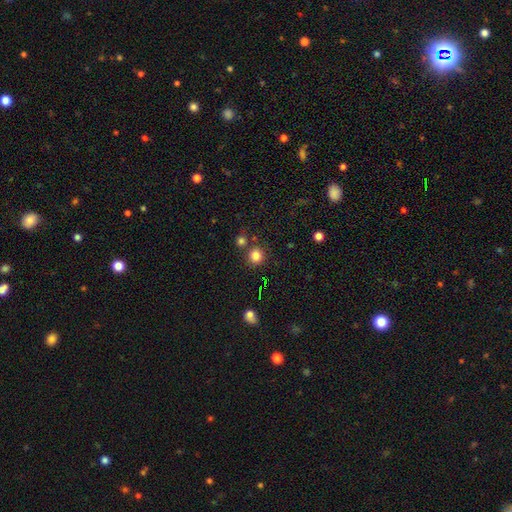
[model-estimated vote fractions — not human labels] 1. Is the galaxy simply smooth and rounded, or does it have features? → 81% smooth, 14% star or artifact, 5% featured or disk.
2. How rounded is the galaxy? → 89% round, 10% in between, 1% cigar-shaped.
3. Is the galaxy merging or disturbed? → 78% none, 11% merger, 8% minor disturbance, 3% major disturbance.